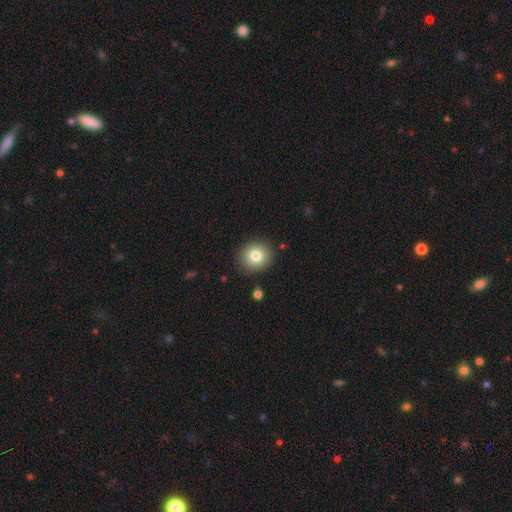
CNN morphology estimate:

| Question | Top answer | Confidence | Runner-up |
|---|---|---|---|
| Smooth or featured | smooth | 80% | star or artifact (10%) |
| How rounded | round | 87% | in between (13%) |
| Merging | none | 89% | minor disturbance (7%) |